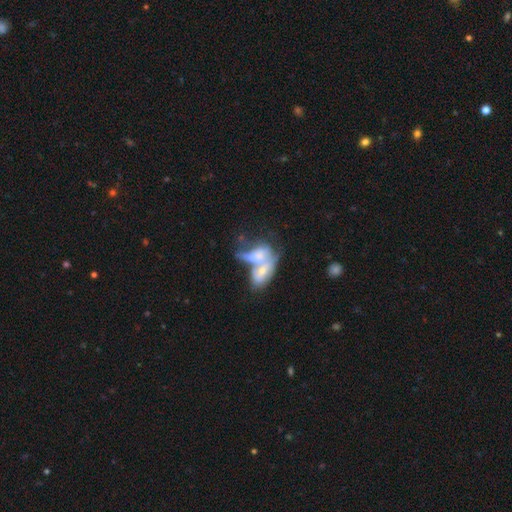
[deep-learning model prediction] Smooth or featured? featured or disk (47%)
Merging? merger (71%)